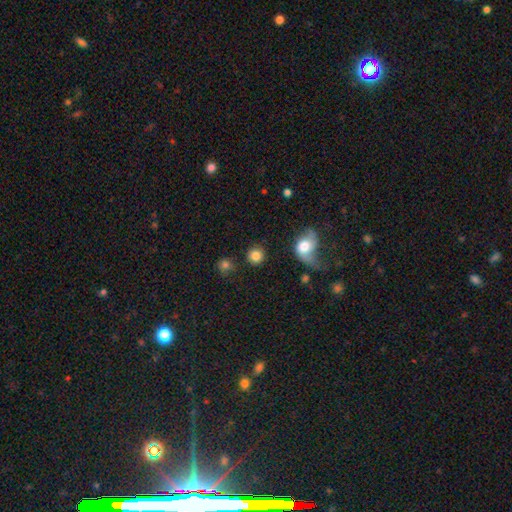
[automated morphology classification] smooth_or_featured: smooth (p=0.84) [alt: star or artifact p=0.09]
how_rounded: round (p=0.91) [alt: in between p=0.08]
merging: none (p=0.82) [alt: minor disturbance p=0.08]